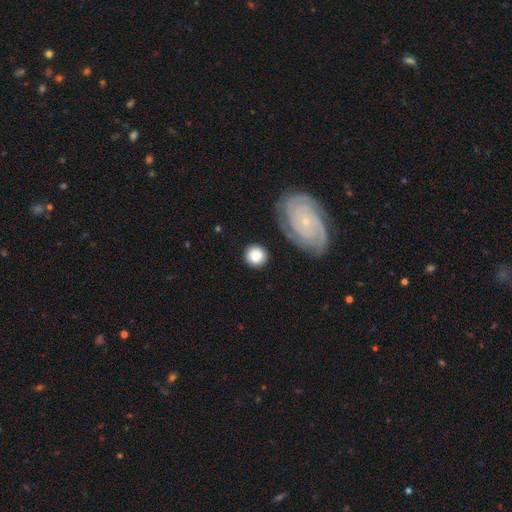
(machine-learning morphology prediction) Overall: smooth (73%). How rounded: round (90%). Merging: none (79%).